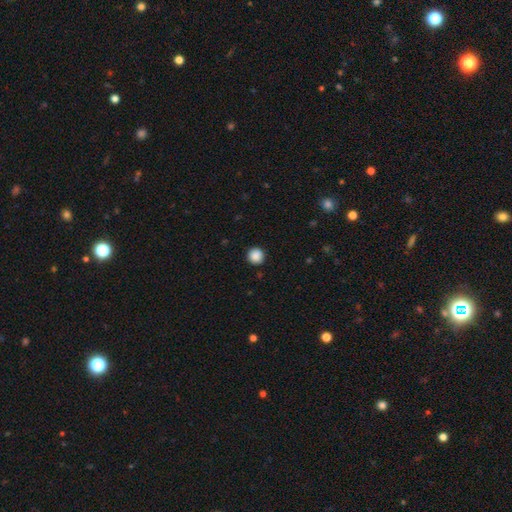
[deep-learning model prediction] Q: Smooth or featured?
A: smooth (88%); runner-up: star or artifact (9%)
Q: How rounded?
A: round (95%); runner-up: in between (4%)
Q: Merging?
A: none (92%); runner-up: minor disturbance (5%)